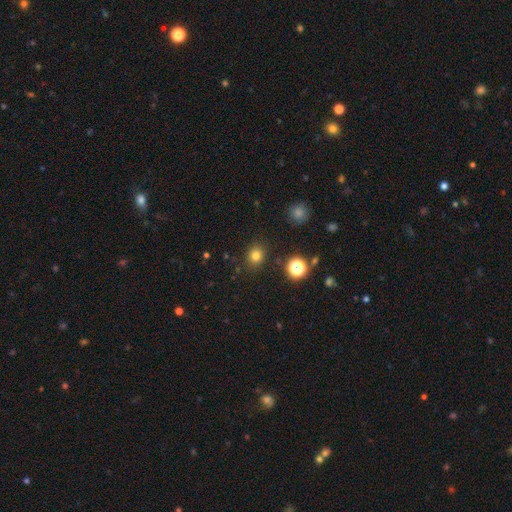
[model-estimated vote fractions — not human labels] A smooth galaxy with no disk features (76%) that is round (76%).

Vote fractions:
- Smooth or featured? smooth: 76% / star or artifact: 17% / featured or disk: 6%
- How rounded? round: 76% / in between: 23% / cigar-shaped: 1%
- Merging? none: 86% / minor disturbance: 8% / major disturbance: 3% / merger: 2%